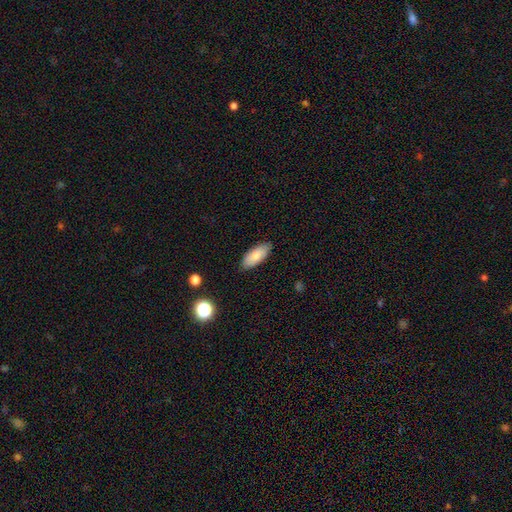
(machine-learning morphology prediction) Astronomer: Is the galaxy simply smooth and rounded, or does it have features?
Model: smooth — 84%.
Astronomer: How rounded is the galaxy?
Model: in between — 84%.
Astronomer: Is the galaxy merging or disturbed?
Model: none — 85%.